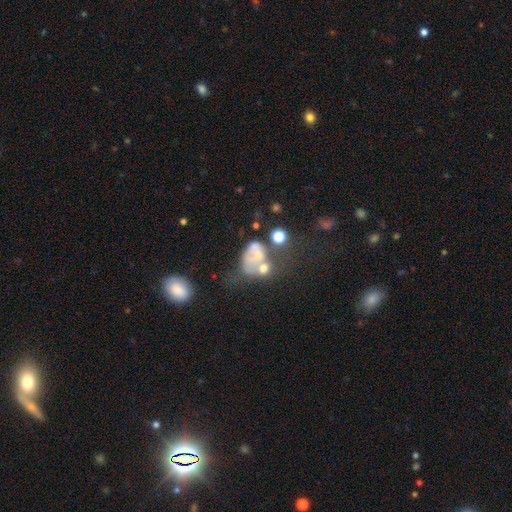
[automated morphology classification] smooth_or_featured: smooth (p=0.48) [alt: featured or disk p=0.38]
merging: merger (p=0.44) [alt: major disturbance p=0.26]